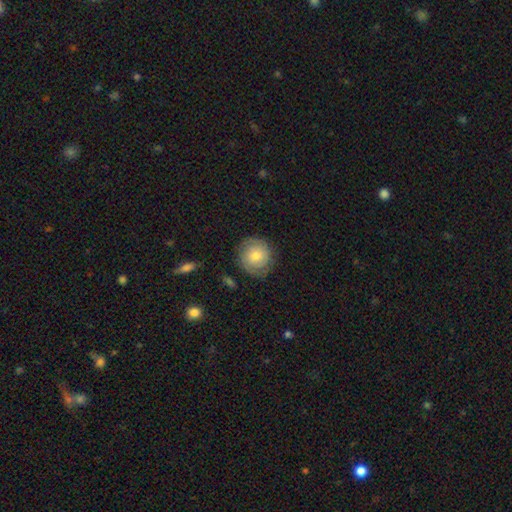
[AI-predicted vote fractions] Morphology: type=smooth (48%); merging=none (80%).